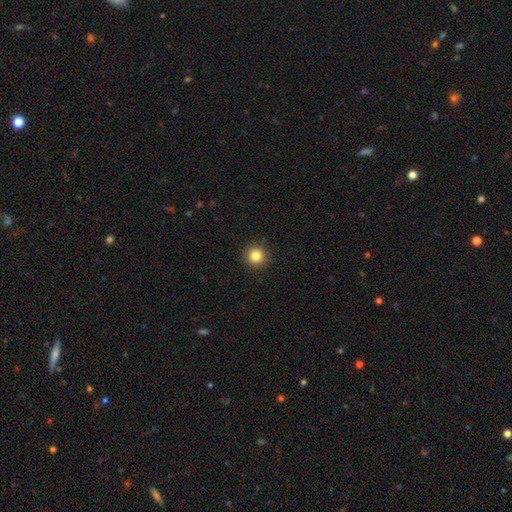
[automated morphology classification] A smooth galaxy with no disk features (85%) that is round (95%).

Vote fractions:
- Smooth or featured? smooth: 85% / star or artifact: 11% / featured or disk: 4%
- How rounded? round: 95% / in between: 4% / cigar-shaped: 1%
- Merging? none: 92% / minor disturbance: 5% / major disturbance: 2% / merger: 1%